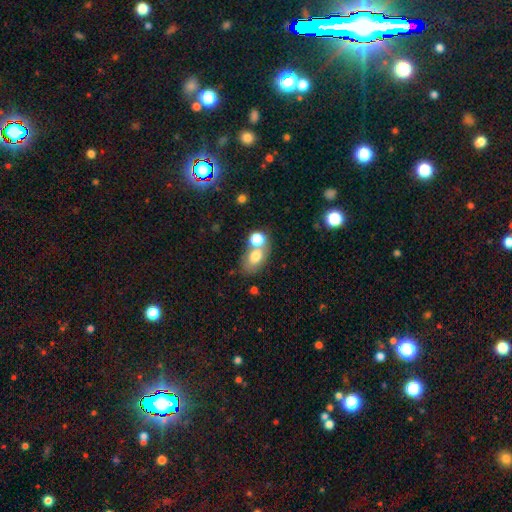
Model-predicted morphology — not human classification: Overall: smooth (71%). How rounded: in between (74%). Merging: none (44%; merger 38%).